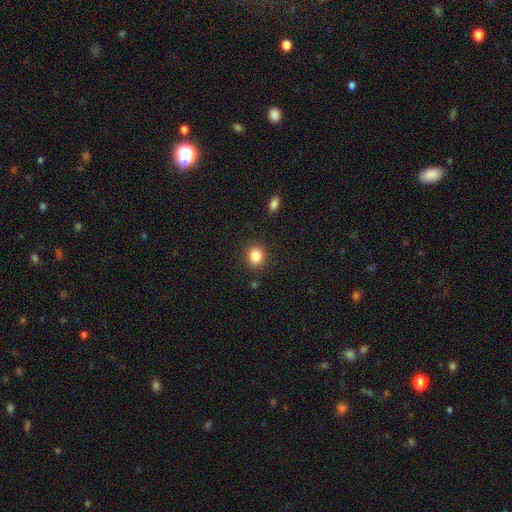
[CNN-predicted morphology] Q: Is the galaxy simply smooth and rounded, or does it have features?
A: smooth — 85%.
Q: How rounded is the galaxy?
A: round — 67%.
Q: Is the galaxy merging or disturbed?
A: none — 88%.